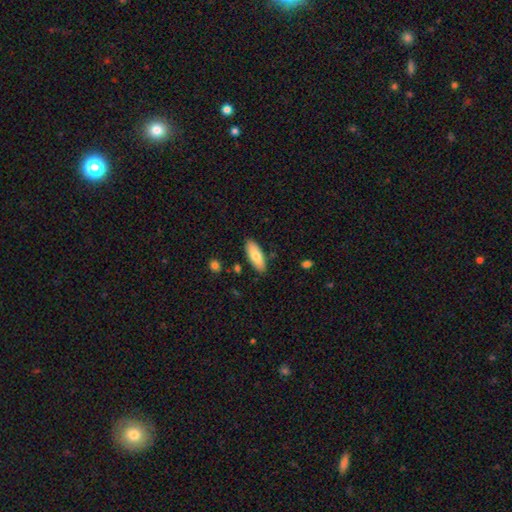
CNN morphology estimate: Smooth or featured: smooth — 77% (featured or disk — 17%)
How rounded: in between — 70% (cigar-shaped — 28%)
Merging: none — 86% (minor disturbance — 10%)